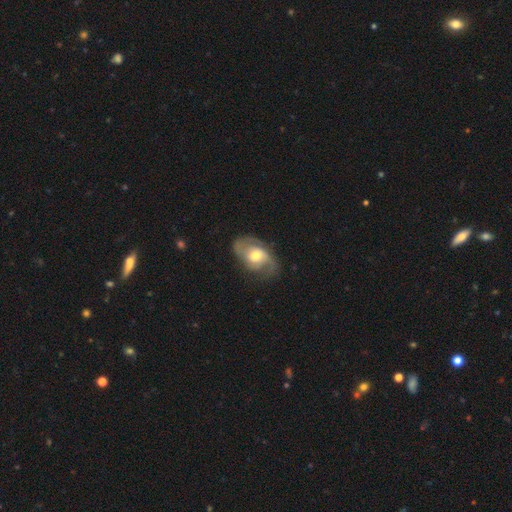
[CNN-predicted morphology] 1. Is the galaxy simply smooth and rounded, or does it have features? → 74% featured or disk, 20% smooth, 6% star or artifact.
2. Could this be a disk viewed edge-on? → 96% no, 4% yes.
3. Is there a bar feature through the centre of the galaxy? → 62% no, 31% weak, 8% strong.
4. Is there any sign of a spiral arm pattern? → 88% yes, 12% no.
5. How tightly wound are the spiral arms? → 47% medium, 28% loose, 25% tight.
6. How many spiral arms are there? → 75% 2, 12% can't tell, 5% 3, 5% 1, 2% 4, 2% more than 4.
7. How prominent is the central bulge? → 65% moderate, 24% small, 9% large, 1% none, 1% dominant.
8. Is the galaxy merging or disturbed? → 66% none, 21% minor disturbance, 12% major disturbance, 1% merger.